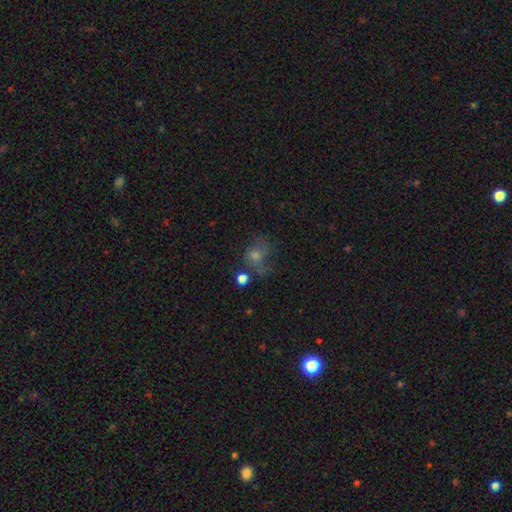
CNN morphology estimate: This is marginally a smooth galaxy (44%). Merging: possibly none (46%).